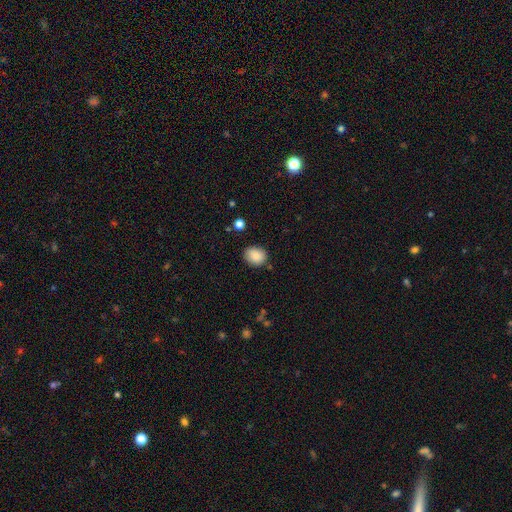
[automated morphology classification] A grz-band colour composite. It shows a smooth galaxy with no disk features (88%) that is round (53%). Merging: none (80%).